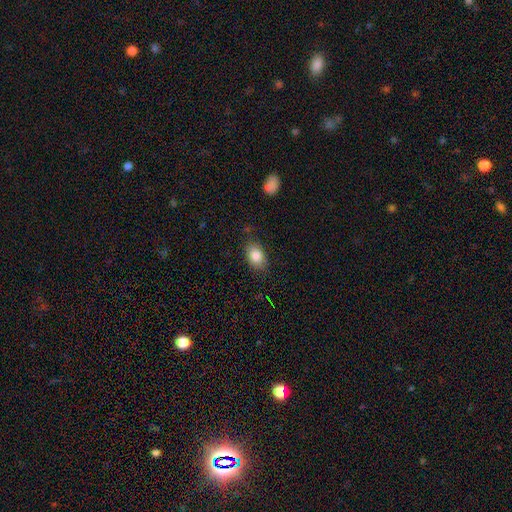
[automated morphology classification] A smooth galaxy with no disk features (85%) that is in between round and cigar-shaped (81%).

Vote fractions:
- Smooth or featured? smooth: 85% / star or artifact: 8% / featured or disk: 7%
- How rounded? in between: 81% / round: 17% / cigar-shaped: 1%
- Merging? none: 81% / minor disturbance: 14% / major disturbance: 3% / merger: 2%